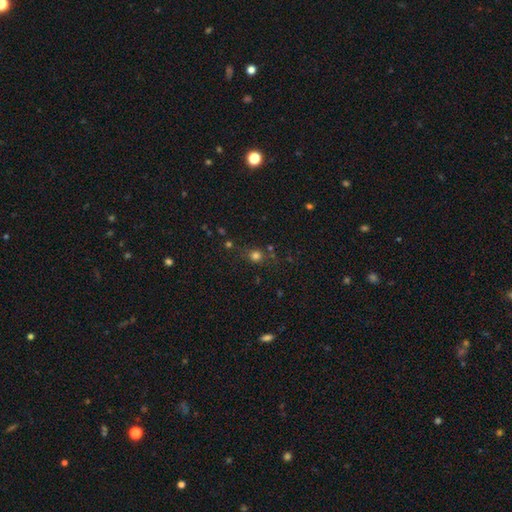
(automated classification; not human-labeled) Smooth or featured: smooth — 73% (star or artifact — 20%)
How rounded: round — 84% (in between — 14%)
Merging: none — 74% (minor disturbance — 13%)